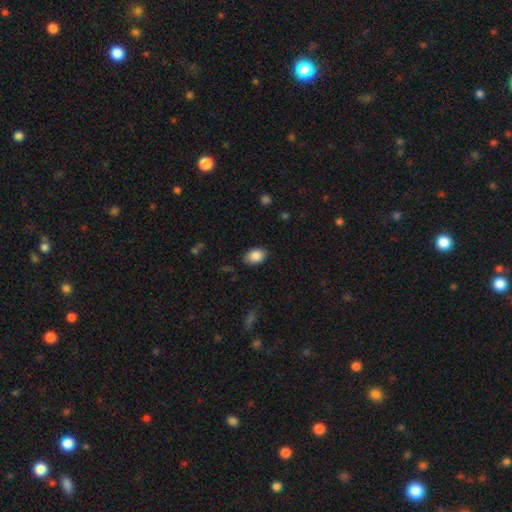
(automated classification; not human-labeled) Morphology: type=smooth (87%); roundness=in between (84%); merging=none (85%).